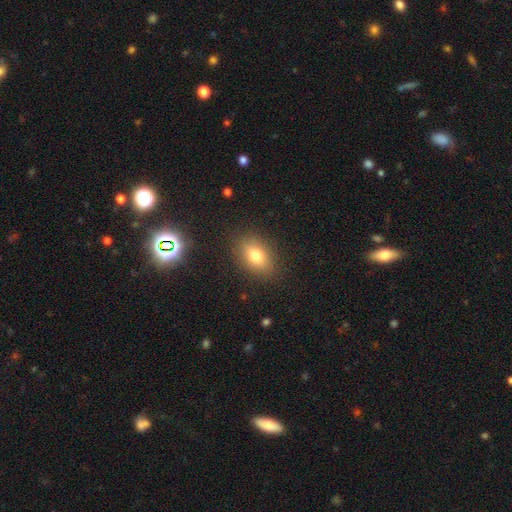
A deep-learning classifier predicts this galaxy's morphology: Smooth or featured?
  - smooth: 78% *
  - featured or disk: 12%
  - star or artifact: 11%
How rounded?
  - in between: 80% *
  - round: 17%
  - cigar-shaped: 2%
Merging?
  - none: 86% *
  - minor disturbance: 9%
  - major disturbance: 3%
  - merger: 1%